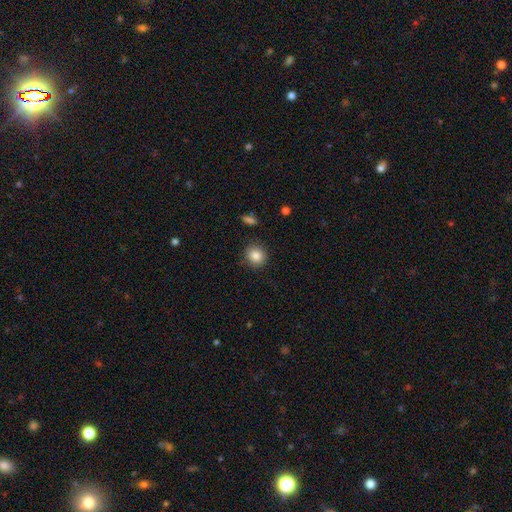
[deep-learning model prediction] Overall: smooth (85%). How rounded: round (86%). Merging: none (87%).